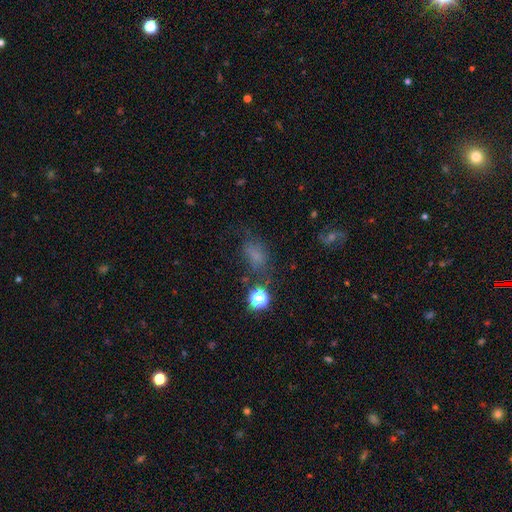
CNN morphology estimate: Smooth or featured: smooth — 58% (star or artifact — 27%)
How rounded: in between — 71% (round — 25%)
Merging: none — 53% (minor disturbance — 23%)